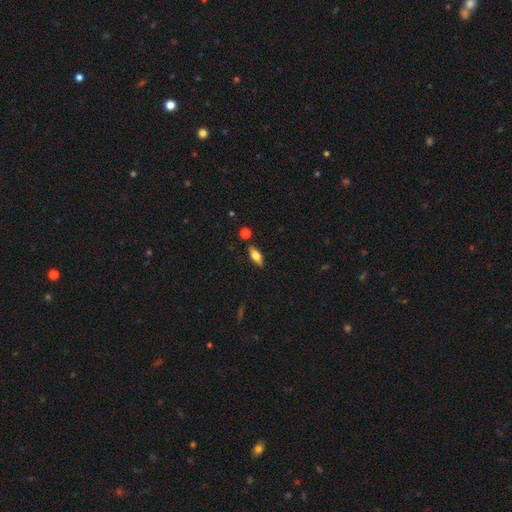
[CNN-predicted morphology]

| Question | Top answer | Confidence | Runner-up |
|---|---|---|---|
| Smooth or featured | smooth | 69% | featured or disk (24%) |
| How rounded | in between | 79% | cigar-shaped (18%) |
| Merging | none | 85% | minor disturbance (10%) |